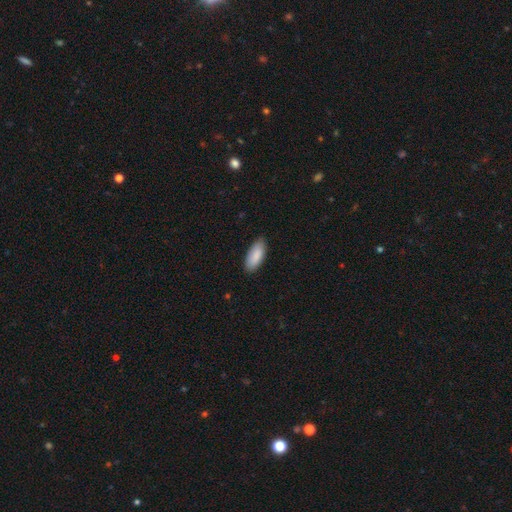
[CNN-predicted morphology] type=smooth (89%); roundness=in between (85%); merging=none (84%).